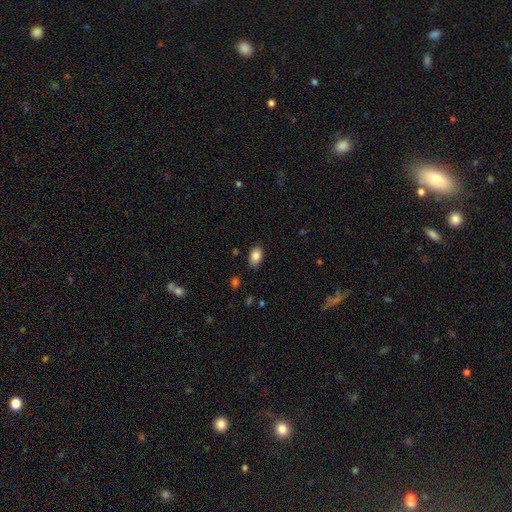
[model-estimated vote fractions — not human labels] Overall: smooth (86%). How rounded: in between (91%). Merging: none (85%).